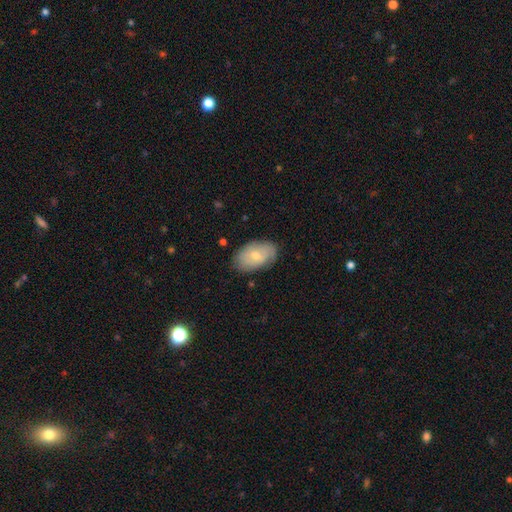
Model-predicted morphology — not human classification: The model was most divided on "smooth or featured": smooth: 63%, featured or disk: 31%, star or artifact: 6%. More confident: how rounded — in between (92%); merging — none (77%).